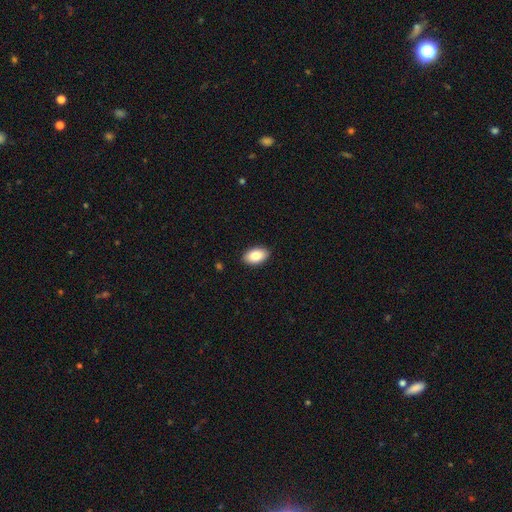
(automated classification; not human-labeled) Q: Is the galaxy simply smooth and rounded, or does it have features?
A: smooth — 86%.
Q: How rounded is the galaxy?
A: in between — 94%.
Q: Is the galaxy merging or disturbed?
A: none — 90%.